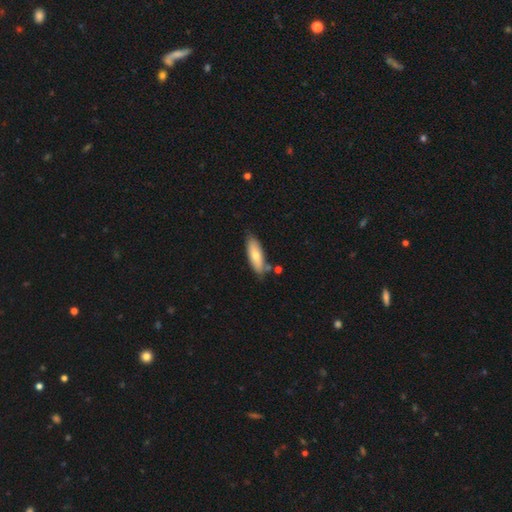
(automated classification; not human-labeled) A smooth galaxy with no disk features (72%) that is in between round and cigar-shaped (60%). Merging: none (70%).